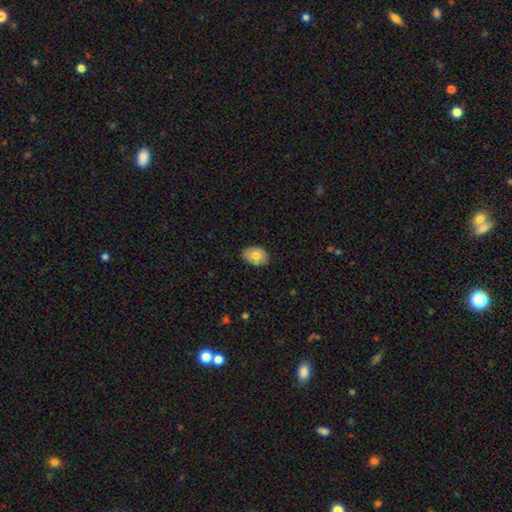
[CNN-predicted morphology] Smooth or featured?
  - smooth: 72% *
  - featured or disk: 21%
  - star or artifact: 7%
How rounded?
  - in between: 80% *
  - round: 19%
  - cigar-shaped: 1%
Merging?
  - none: 86% *
  - minor disturbance: 11%
  - major disturbance: 2%
  - merger: 1%